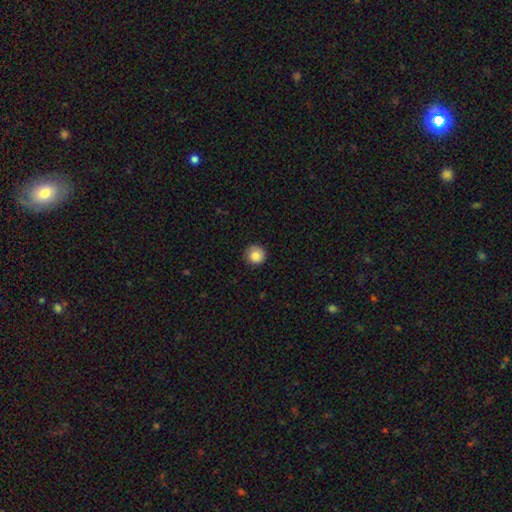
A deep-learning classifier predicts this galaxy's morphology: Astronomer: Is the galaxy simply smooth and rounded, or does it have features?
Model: smooth — 87%.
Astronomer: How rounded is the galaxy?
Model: round — 94%.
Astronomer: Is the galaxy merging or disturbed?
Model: none — 86%.